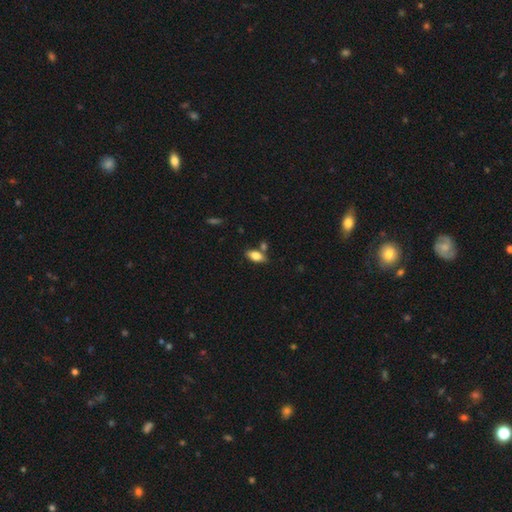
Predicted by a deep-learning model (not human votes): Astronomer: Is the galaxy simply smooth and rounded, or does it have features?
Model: smooth — 78%.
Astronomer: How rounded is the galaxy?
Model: in between — 88%.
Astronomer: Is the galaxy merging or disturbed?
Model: none — 70%.